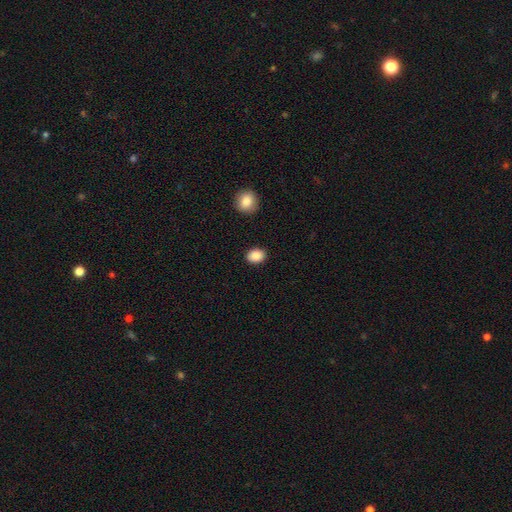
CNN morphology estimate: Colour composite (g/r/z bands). It shows a smooth galaxy with no disk features (88%) that is in between round and cigar-shaped (62%). Merging: none (89%).